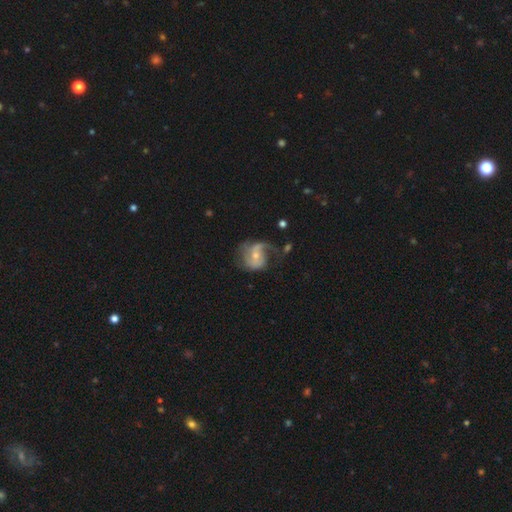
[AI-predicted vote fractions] Smooth or featured? featured or disk (76%)
Edge-on disk? no (98%)
Bar? no (49%)
Spiral arms? yes (90%)
Spiral winding? loose (42%)
Spiral arm count? 2 (48%)
Bulge size? small (55%)
Merging? none (44%)